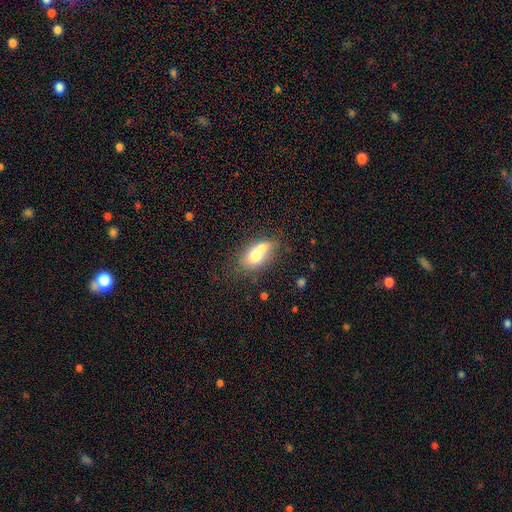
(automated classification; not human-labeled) smooth_or_featured: smooth (p=0.64) [alt: featured or disk p=0.27]
how_rounded: in between (p=0.78) [alt: round p=0.16]
merging: merger (p=0.47) [alt: none p=0.31]